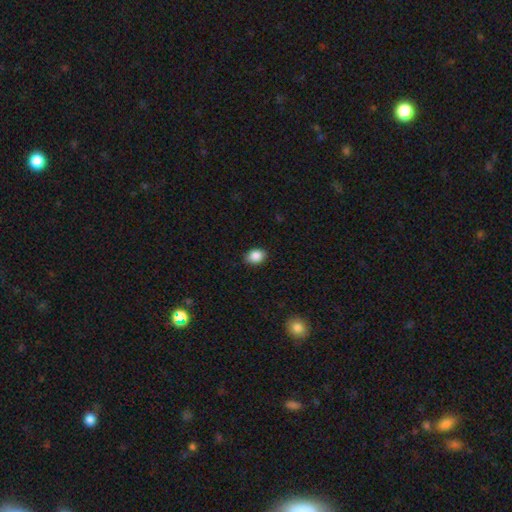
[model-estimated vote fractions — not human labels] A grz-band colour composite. It shows a smooth galaxy with no disk features (87%) that is in between round and cigar-shaped (70%). Merging: none (85%).